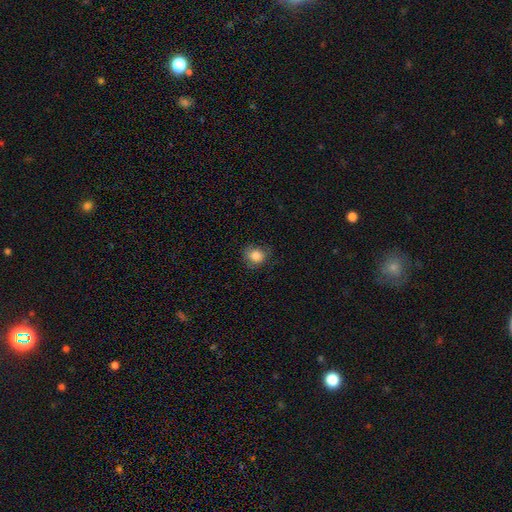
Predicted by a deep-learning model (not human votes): Smooth or featured?
  - smooth: 83% *
  - star or artifact: 9%
  - featured or disk: 8%
How rounded?
  - round: 76% *
  - in between: 23%
  - cigar-shaped: 1%
Merging?
  - none: 72% *
  - minor disturbance: 20%
  - major disturbance: 7%
  - merger: 1%